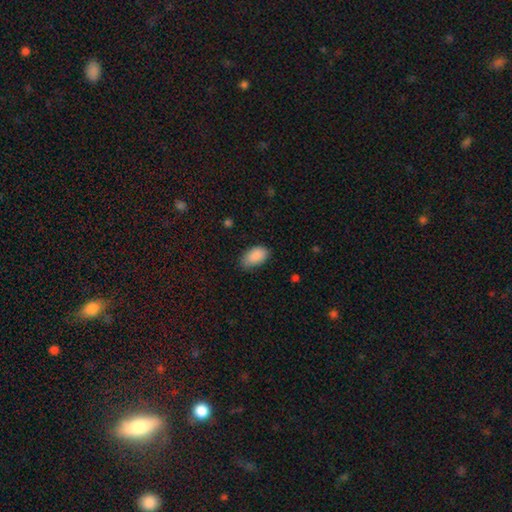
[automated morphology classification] Smooth or featured: smooth — 89% (star or artifact — 7%)
How rounded: in between — 94% (round — 4%)
Merging: none — 72% (minor disturbance — 23%)